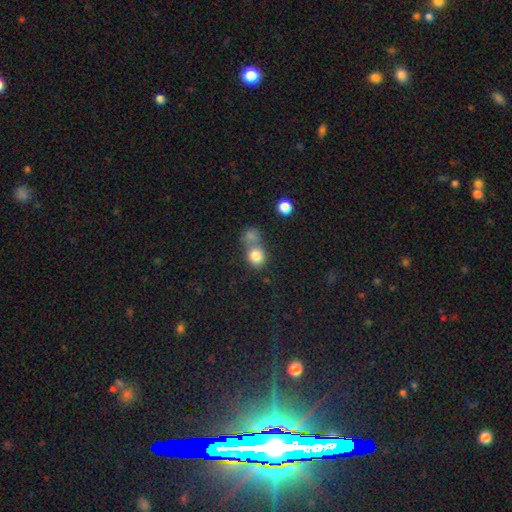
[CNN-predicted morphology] smooth_or_featured: smooth (p=0.83) [alt: star or artifact p=0.11]
how_rounded: round (p=0.77) [alt: in between p=0.22]
merging: none (p=0.44) [alt: merger p=0.42]